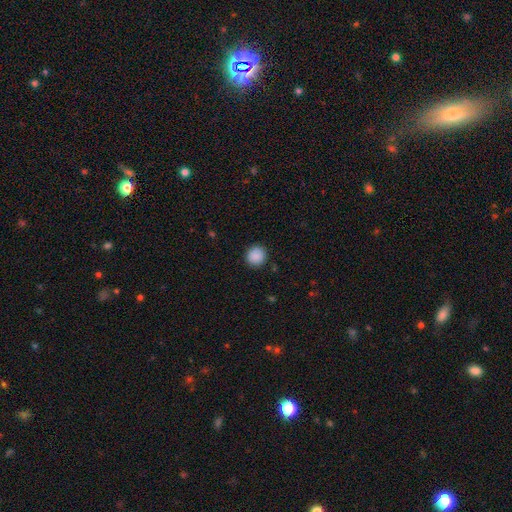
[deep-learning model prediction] This is clearly a smooth galaxy (89%). How rounded: clearly round (92%). Merging: clearly none (90%).